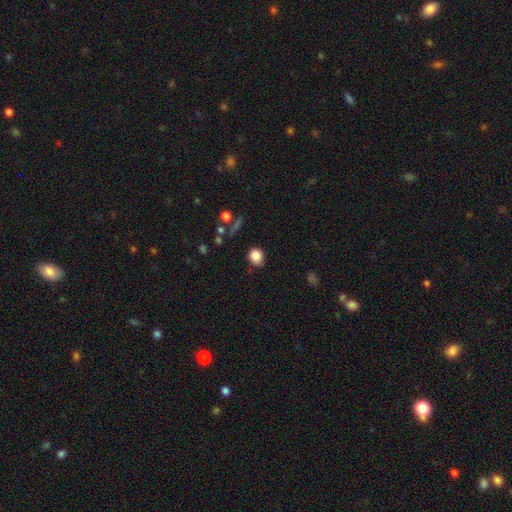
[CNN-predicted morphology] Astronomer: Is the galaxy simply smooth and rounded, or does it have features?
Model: smooth — 85%.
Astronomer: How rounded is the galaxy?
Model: round — 64%.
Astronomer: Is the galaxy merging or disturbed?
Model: none — 78%.